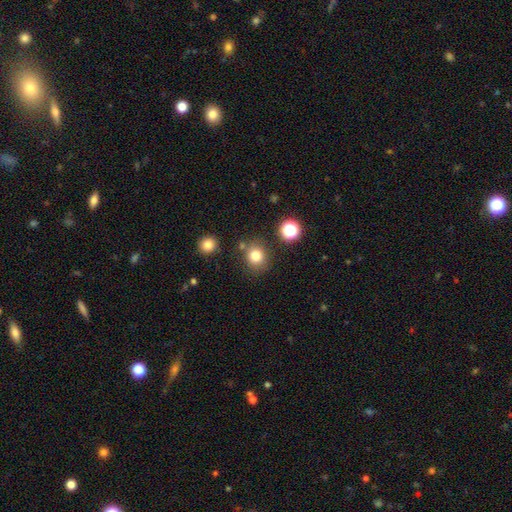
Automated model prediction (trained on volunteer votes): smooth-or-featured: smooth: 80% | star or artifact: 13% | featured or disk: 7%
  how-rounded: round: 83% | in between: 16% | cigar-shaped: 1%
  merging: none: 78% | minor disturbance: 11% | merger: 7% | major disturbance: 4%